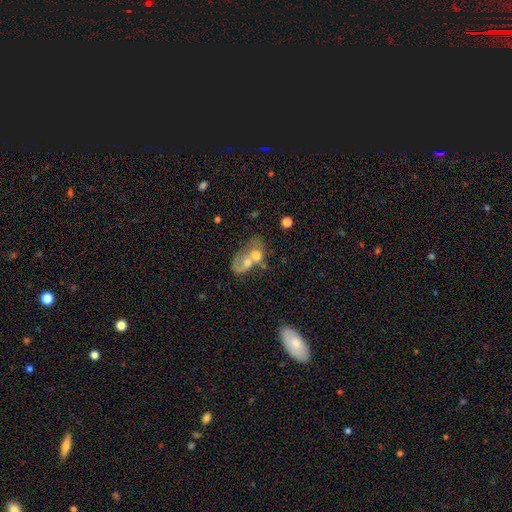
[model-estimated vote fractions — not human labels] Morphology: type=smooth (48%); merging=merger (71%).